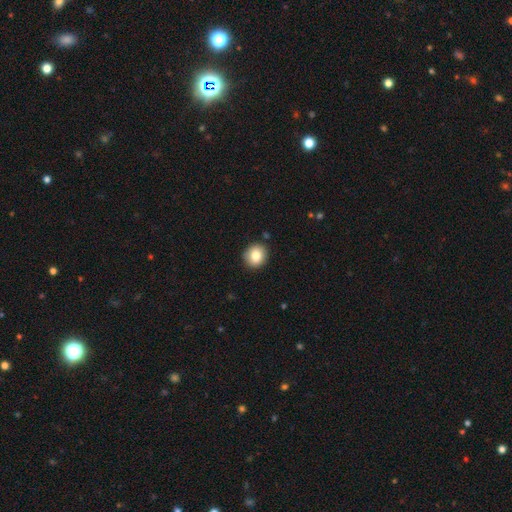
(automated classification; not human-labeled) Overall: smooth (82%). How rounded: round (88%). Merging: none (90%).